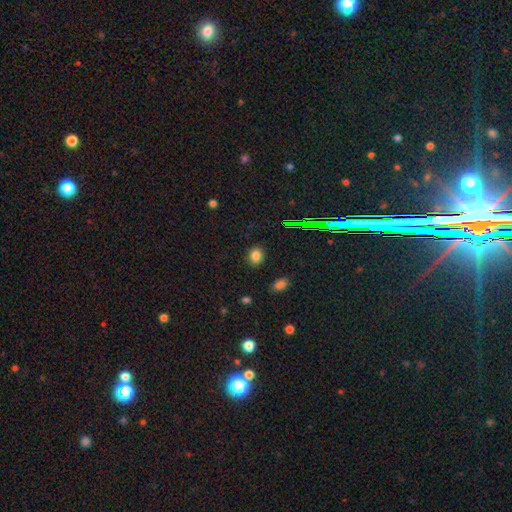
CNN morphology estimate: Overall: smooth (80%). How rounded: round (51%; in between 48%). Merging: none (87%).